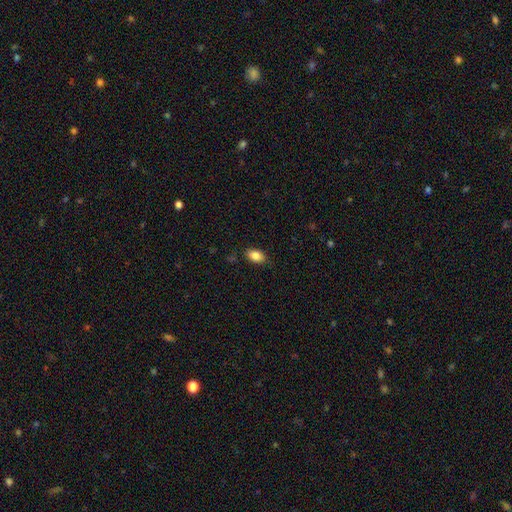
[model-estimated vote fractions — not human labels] Smooth or featured? Predicted: smooth (p=0.86). How rounded? Predicted: in between (p=0.88). Merging? Predicted: none (p=0.84).